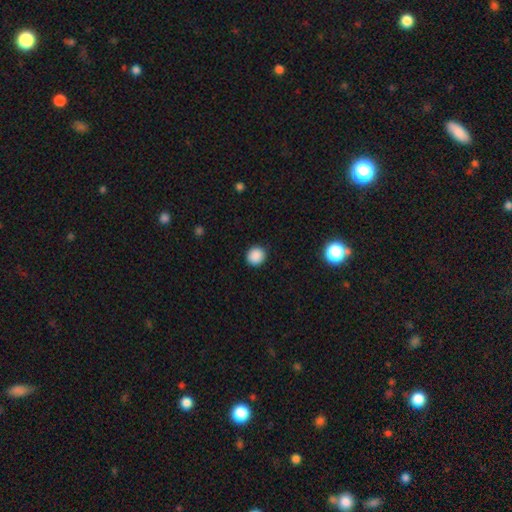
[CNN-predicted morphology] A smooth galaxy with no disk features (88%) that is round (91%). Merging: none (92%).